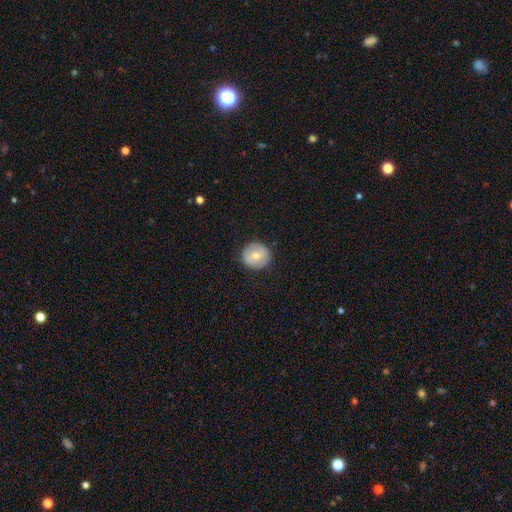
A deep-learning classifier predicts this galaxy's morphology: Smooth or featured? Predicted: smooth (p=0.64). How rounded? Predicted: round (p=0.93). Merging? Predicted: none (p=0.87).